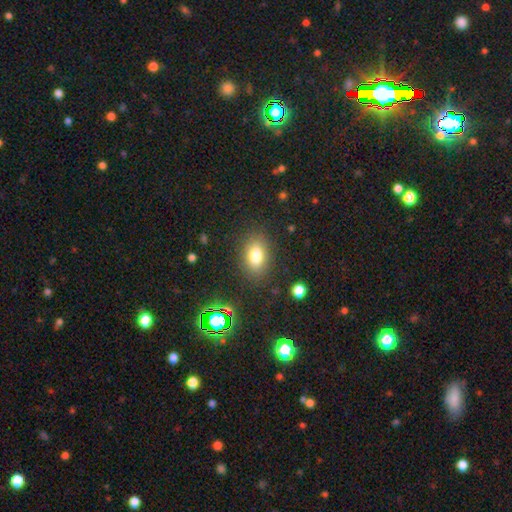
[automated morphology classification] Smooth or featured?
  - smooth: 78% *
  - star or artifact: 12%
  - featured or disk: 10%
How rounded?
  - in between: 80% *
  - round: 18%
  - cigar-shaped: 2%
Merging?
  - none: 85% *
  - minor disturbance: 10%
  - major disturbance: 4%
  - merger: 1%